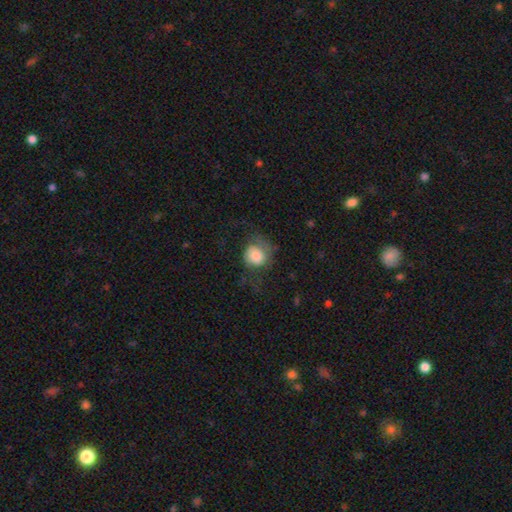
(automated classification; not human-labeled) smooth_or_featured: smooth (p=0.68) [alt: featured or disk p=0.24]
how_rounded: round (p=0.75) [alt: in between p=0.24]
merging: none (p=0.41) [alt: major disturbance p=0.33]